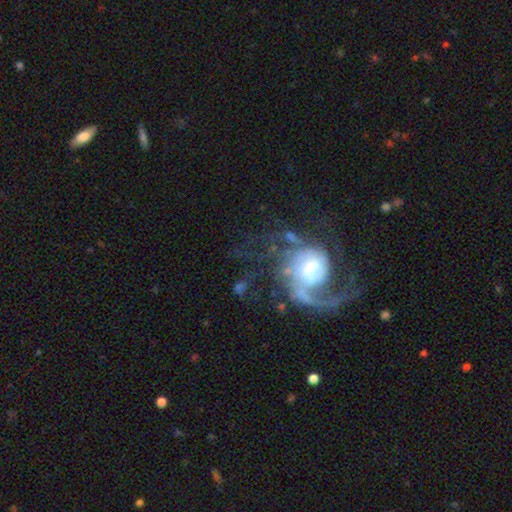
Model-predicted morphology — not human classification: Smooth or featured?
  - featured or disk: 81% *
  - star or artifact: 10%
  - smooth: 9%
Edge-on disk?
  - no: 98% *
  - yes: 2%
Bar?
  - no: 64% *
  - weak: 28%
  - strong: 8%
Spiral arms?
  - yes: 93% *
  - no: 7%
Spiral winding?
  - medium: 47% *
  - loose: 27%
  - tight: 26%
Spiral arm count?
  - 2: 53% *
  - 1: 20%
  - can't tell: 12%
  - 3: 7%
  - 4: 4%
  - more than 4: 4%
Bulge size?
  - moderate: 41% *
  - small: 26%
  - large: 24%
  - none: 5%
  - dominant: 5%
Merging?
  - none: 56% *
  - major disturbance: 26%
  - minor disturbance: 15%
  - merger: 4%